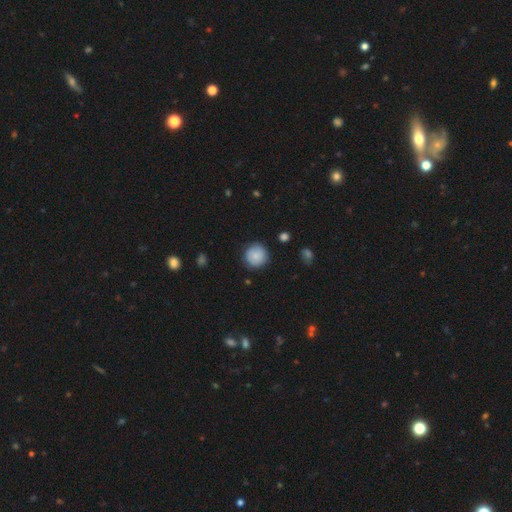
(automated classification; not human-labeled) smooth-or-featured: smooth: 81% | featured or disk: 11% | star or artifact: 8%
  how-rounded: round: 93% | in between: 6% | cigar-shaped: 1%
  merging: none: 84% | minor disturbance: 12% | major disturbance: 3% | merger: 1%